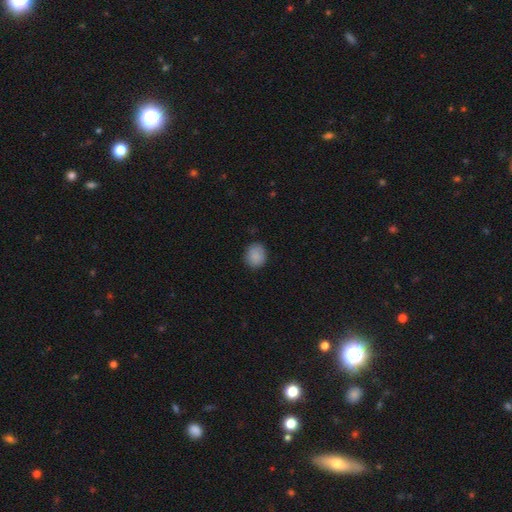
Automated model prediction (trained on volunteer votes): This is clearly a smooth galaxy (88%). How rounded: likely round (75%). Merging: clearly none (85%).